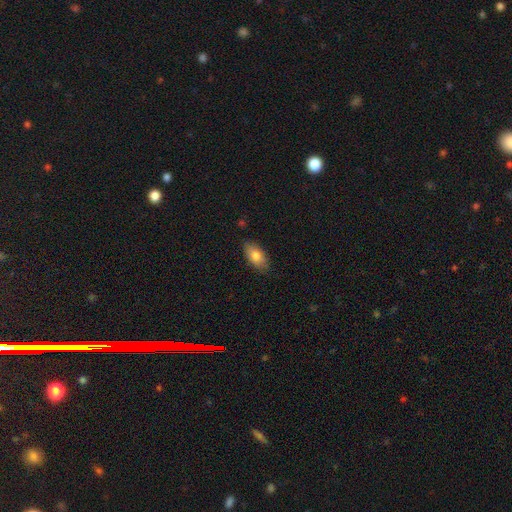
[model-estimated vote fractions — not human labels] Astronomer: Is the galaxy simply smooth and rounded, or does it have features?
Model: smooth — 78%.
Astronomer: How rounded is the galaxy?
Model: in between — 91%.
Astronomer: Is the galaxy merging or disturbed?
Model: none — 83%.